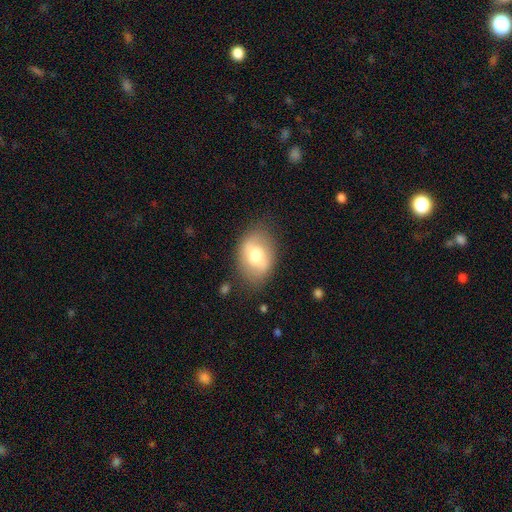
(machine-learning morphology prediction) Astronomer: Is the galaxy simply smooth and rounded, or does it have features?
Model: smooth — 57% (runner-up: featured or disk, 36%).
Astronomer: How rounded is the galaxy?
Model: in between — 78%.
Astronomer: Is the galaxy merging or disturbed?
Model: none — 77%.